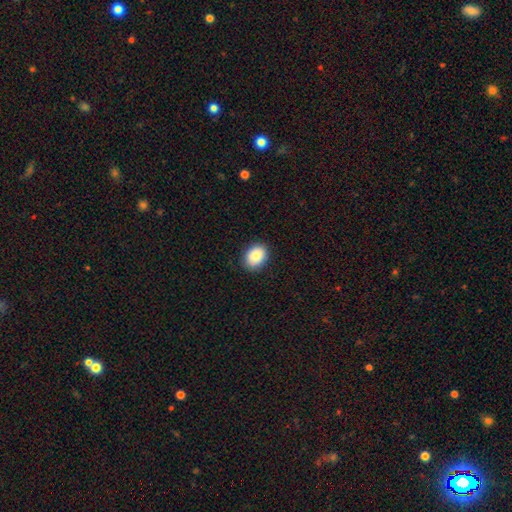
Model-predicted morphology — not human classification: Q: Smooth or featured?
A: smooth (86%); runner-up: star or artifact (7%)
Q: How rounded?
A: in between (67%); runner-up: round (32%)
Q: Merging?
A: none (87%); runner-up: minor disturbance (9%)